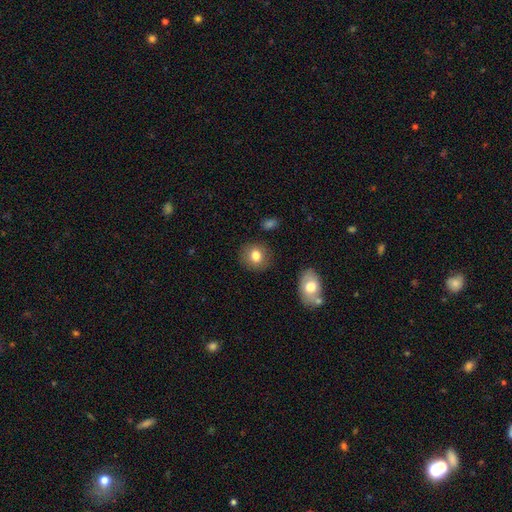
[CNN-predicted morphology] smooth 79%, featured or disk 11%, star or artifact 9%. Down the decision tree: how rounded — round (80%); merging — none (87%).